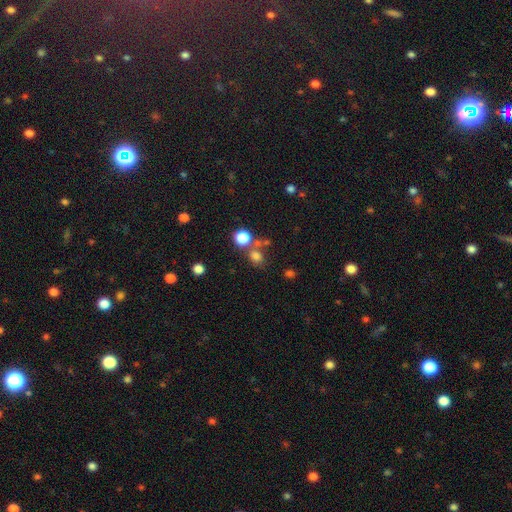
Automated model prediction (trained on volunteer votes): Smooth or featured? Predicted: smooth (p=0.74). How rounded? Predicted: round (p=0.66). Merging? Predicted: none (p=0.59).